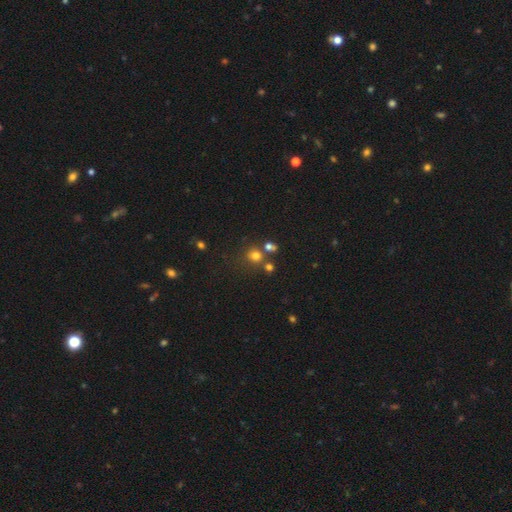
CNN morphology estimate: Smooth or featured? smooth (70%)
How rounded? round (86%)
Merging? none (64%)